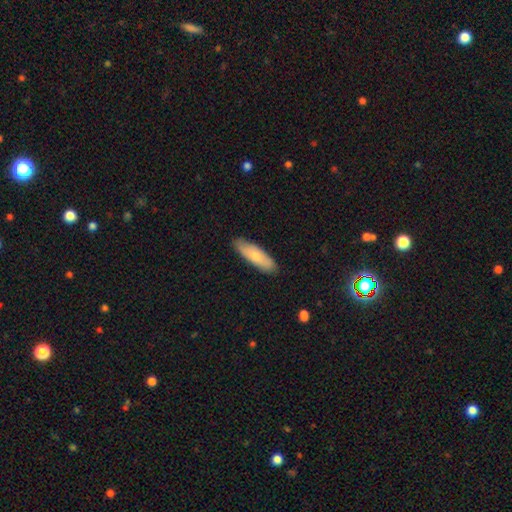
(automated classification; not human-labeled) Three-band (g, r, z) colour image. It shows a smooth galaxy with no disk features (75%) that is cigar-shaped (51%). Merging: none (85%).